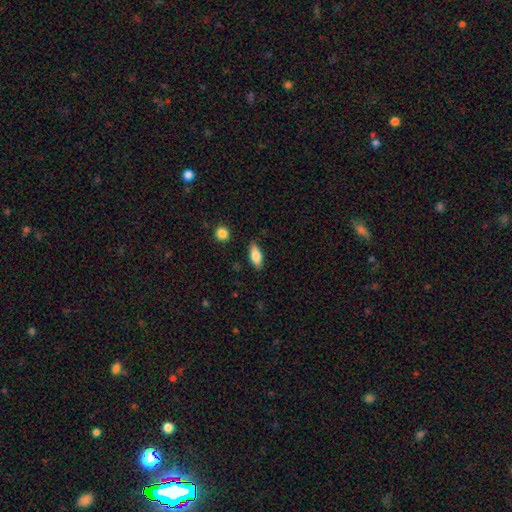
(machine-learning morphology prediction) Q: Smooth or featured?
A: smooth (76%); runner-up: featured or disk (17%)
Q: How rounded?
A: in between (77%); runner-up: cigar-shaped (21%)
Q: Merging?
A: none (83%); runner-up: minor disturbance (12%)